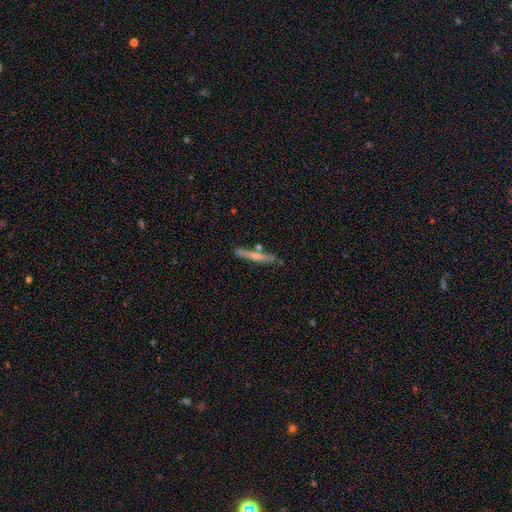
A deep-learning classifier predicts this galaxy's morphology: Overall: smooth (56%; featured or disk 38%). How rounded: cigar-shaped (94%). Merging: none (76%).